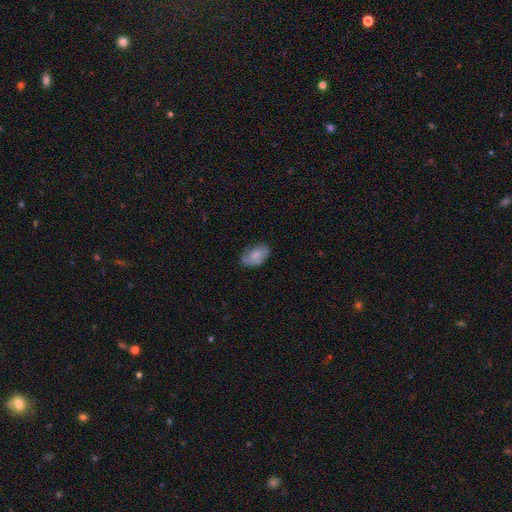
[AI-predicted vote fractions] Smooth or featured?
  - smooth: 71% *
  - featured or disk: 22%
  - star or artifact: 7%
How rounded?
  - in between: 91% *
  - round: 7%
  - cigar-shaped: 2%
Merging?
  - none: 70% *
  - minor disturbance: 23%
  - major disturbance: 5%
  - merger: 1%